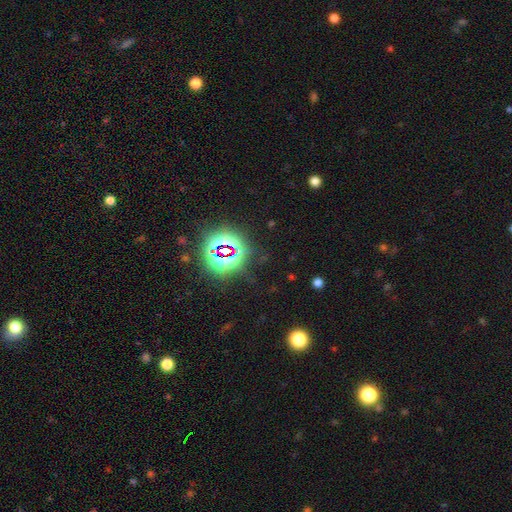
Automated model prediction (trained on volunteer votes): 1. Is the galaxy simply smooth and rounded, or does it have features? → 80% star or artifact, 13% smooth, 7% featured or disk.